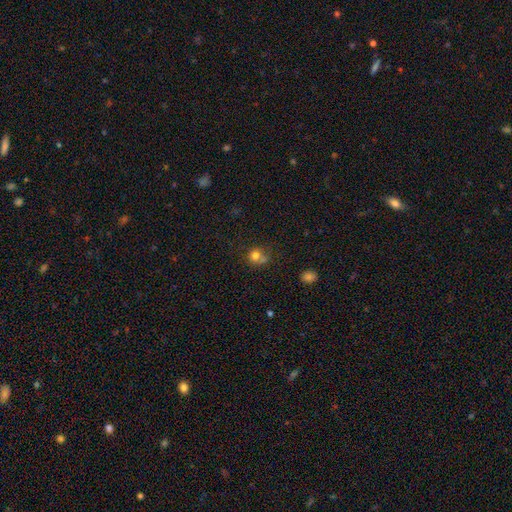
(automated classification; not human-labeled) Smooth or featured? Predicted: smooth (p=0.77). How rounded? Predicted: round (p=0.82). Merging? Predicted: none (p=0.51).